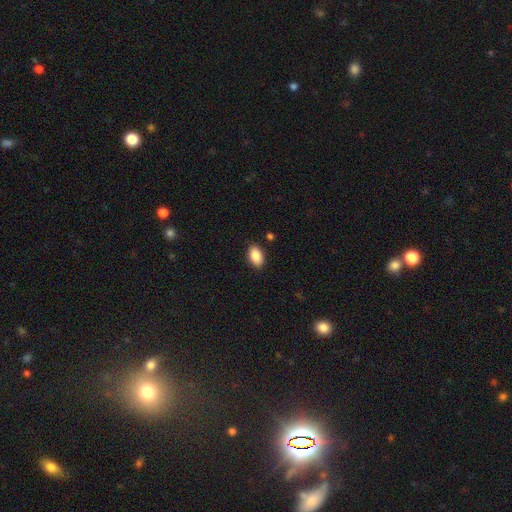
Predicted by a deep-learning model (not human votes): smooth-or-featured: smooth: 88% | star or artifact: 7% | featured or disk: 5%
  how-rounded: in between: 92% | round: 7% | cigar-shaped: 1%
  merging: none: 88% | minor disturbance: 8% | major disturbance: 2% | merger: 1%